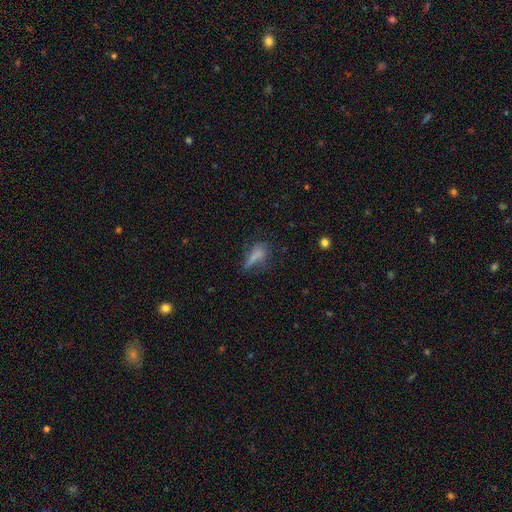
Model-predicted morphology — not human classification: A smooth galaxy with no disk features (64%) that is in between round and cigar-shaped (59%). Merging: none (41%).